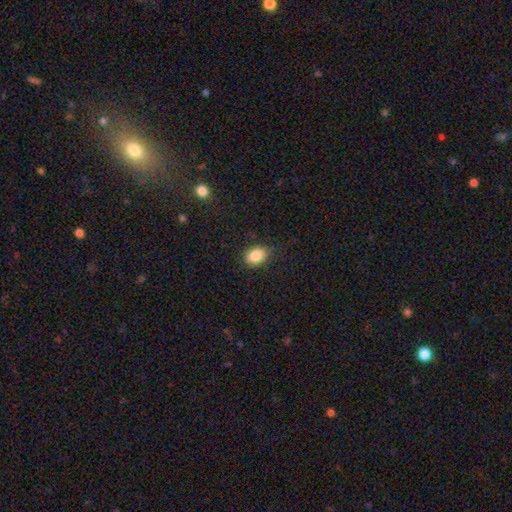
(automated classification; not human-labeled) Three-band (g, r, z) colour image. It shows a smooth galaxy with no disk features (85%) that is in between round and cigar-shaped (71%). Merging: none (82%).